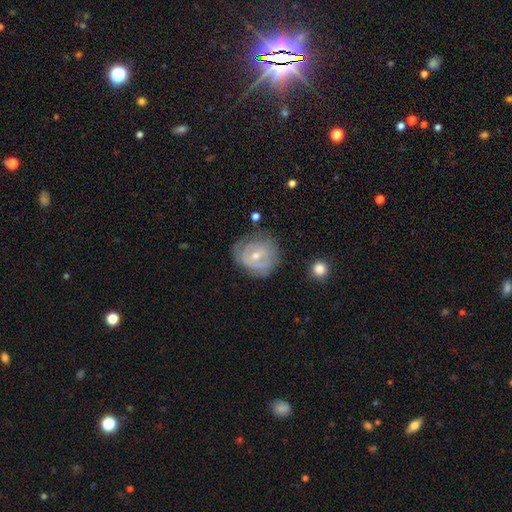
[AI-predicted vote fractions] A featured or disk galaxy (67%) with no bar (51%), spiral arms (68%) and a small central bulge (49%).

Vote fractions:
- Smooth or featured? featured or disk: 67% / smooth: 27% / star or artifact: 7%
- Edge-on disk? no: 97% / yes: 3%
- Bar? no: 51% / weak: 39% / strong: 10%
- Spiral arms? yes: 68% / no: 32%
- Bulge size? small: 49% / moderate: 48% / large: 1% / none: 1% / dominant: 1%
- Merging? none: 62% / minor disturbance: 25% / major disturbance: 11% / merger: 2%